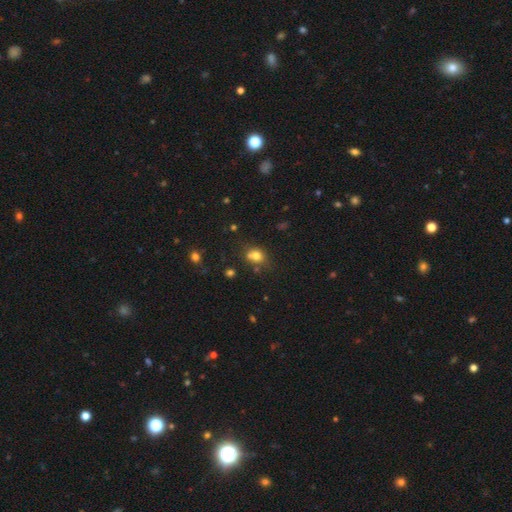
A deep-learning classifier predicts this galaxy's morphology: A smooth galaxy with no disk features (75%) that is round (61%).

Vote fractions:
- Smooth or featured? smooth: 75% / star or artifact: 14% / featured or disk: 11%
- How rounded? round: 61% / in between: 38% / cigar-shaped: 1%
- Merging? none: 54% / merger: 22% / minor disturbance: 18% / major disturbance: 6%